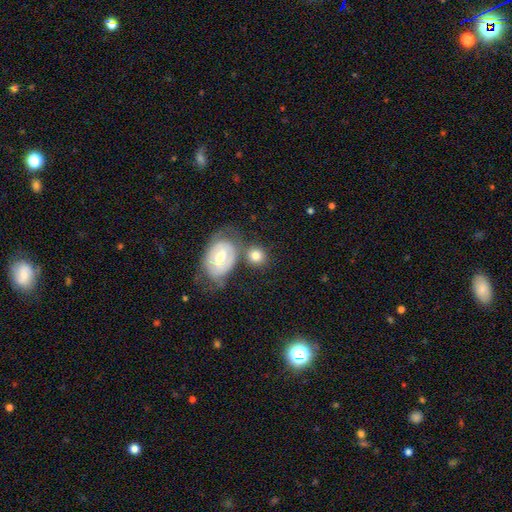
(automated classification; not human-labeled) A smooth galaxy with no disk features (69%) that is round (68%). Merging: none (55%).